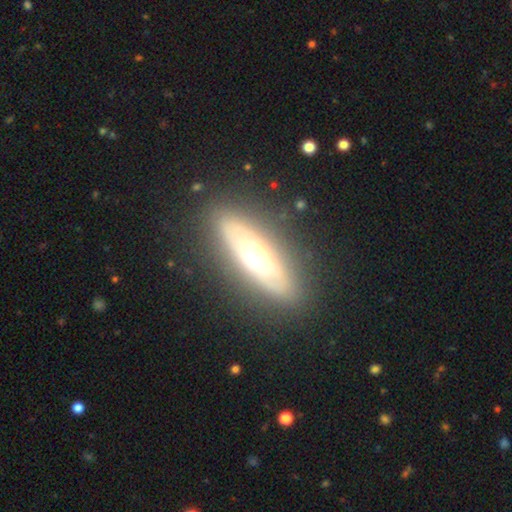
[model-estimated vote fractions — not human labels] This appears to be a featured or disk galaxy (58%) viewed edge-on (53%). Merging: none (85%).